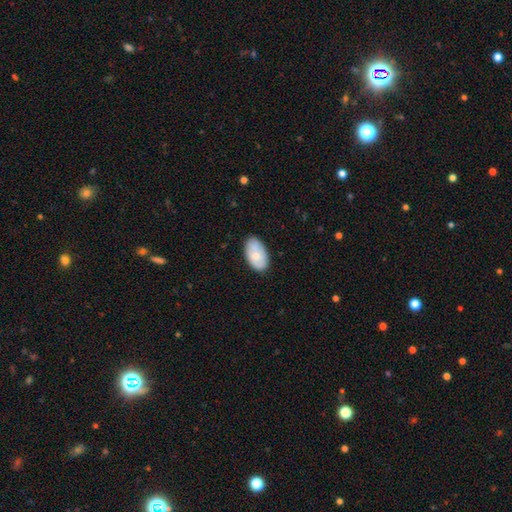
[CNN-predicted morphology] smooth-or-featured: smooth: 70% | featured or disk: 24% | star or artifact: 6%
  how-rounded: in between: 93% | round: 5% | cigar-shaped: 1%
  merging: none: 82% | minor disturbance: 14% | major disturbance: 2% | merger: 1%